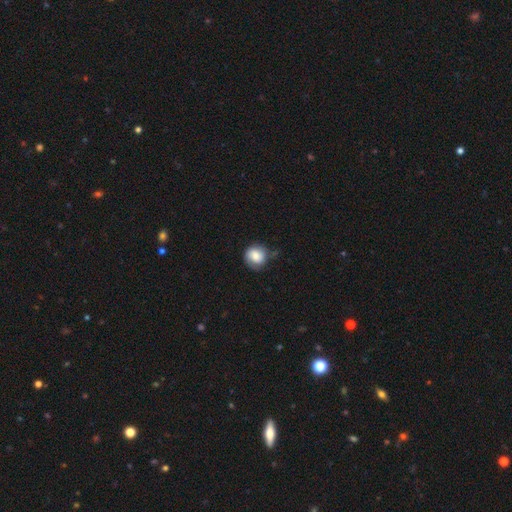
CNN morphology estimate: Smooth or featured? Predicted: smooth (p=0.72). How rounded? Predicted: round (p=0.83). Merging? Predicted: none (p=0.61).